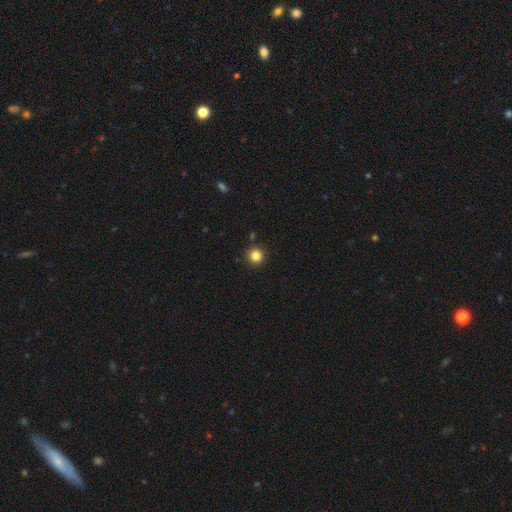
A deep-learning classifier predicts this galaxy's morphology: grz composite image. It shows a smooth galaxy with no disk features (84%) that is round (94%). Merging: none (90%).